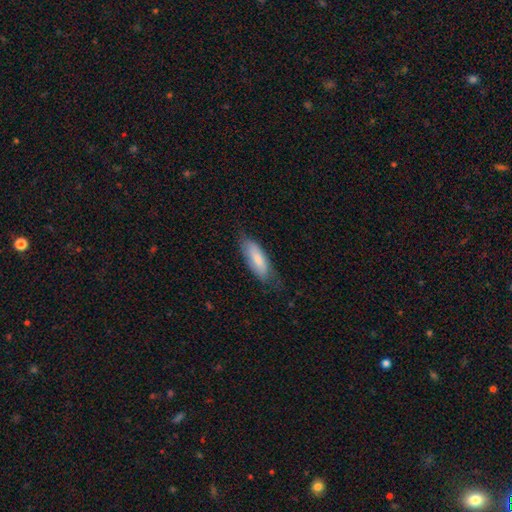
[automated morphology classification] A smooth galaxy with no disk features (75%) that is in between round and cigar-shaped (61%). Merging: none (70%).